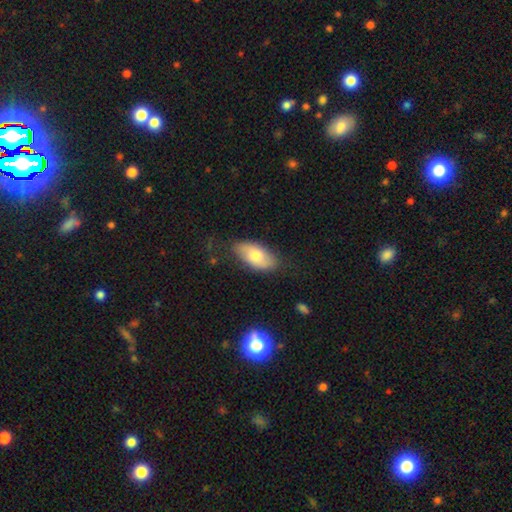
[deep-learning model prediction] smooth_or_featured: smooth (p=0.68) [alt: featured or disk p=0.25]
how_rounded: in between (p=0.93) [alt: cigar-shaped p=0.04]
merging: none (p=0.76) [alt: minor disturbance p=0.18]